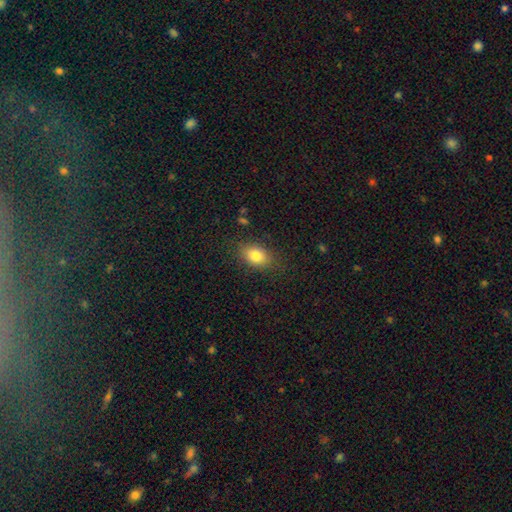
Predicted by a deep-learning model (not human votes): Smooth or featured? Predicted: smooth (p=0.82). How rounded? Predicted: in between (p=0.79). Merging? Predicted: none (p=0.82).